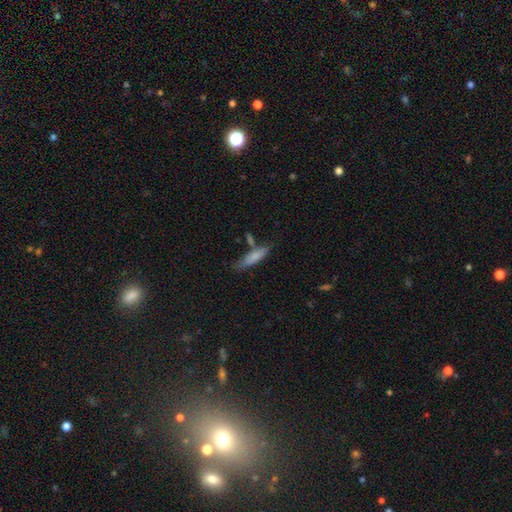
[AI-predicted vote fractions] Smooth or featured? smooth (74%)
How rounded? cigar-shaped (77%)
Merging? none (68%)